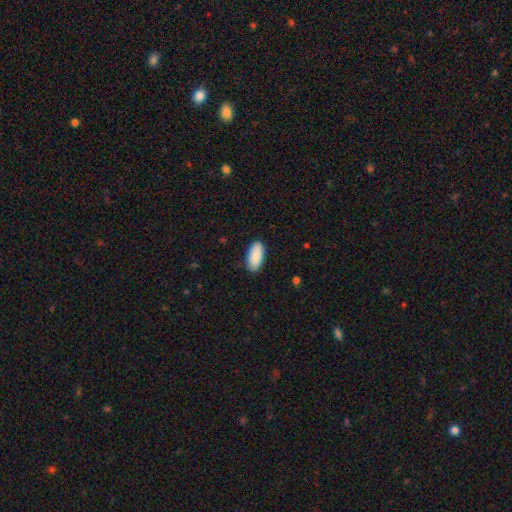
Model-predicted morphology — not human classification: Smooth or featured? smooth (90%)
How rounded? in between (92%)
Merging? none (88%)